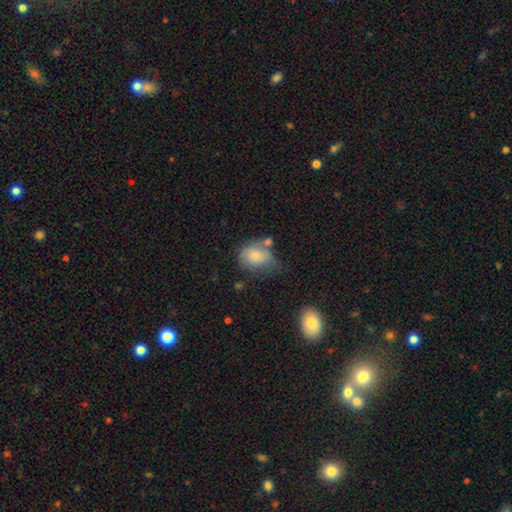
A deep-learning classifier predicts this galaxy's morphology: Smooth or featured?
  - smooth: 71% *
  - featured or disk: 21%
  - star or artifact: 8%
How rounded?
  - in between: 62% *
  - round: 37%
  - cigar-shaped: 1%
Merging?
  - minor disturbance: 32% *
  - none: 30%
  - merger: 19%
  - major disturbance: 19%